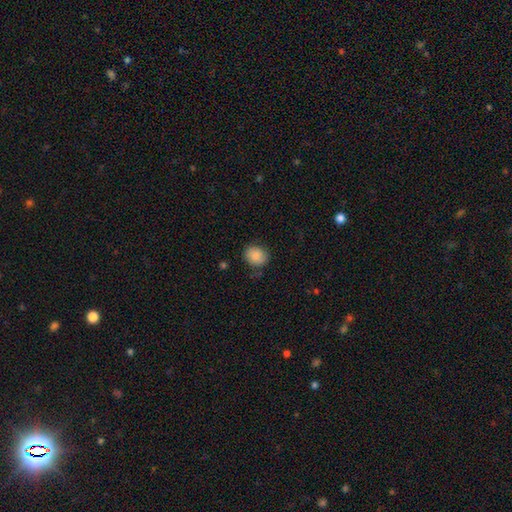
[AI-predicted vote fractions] A smooth galaxy with no disk features (87%) that is round (65%). Merging: none (80%).